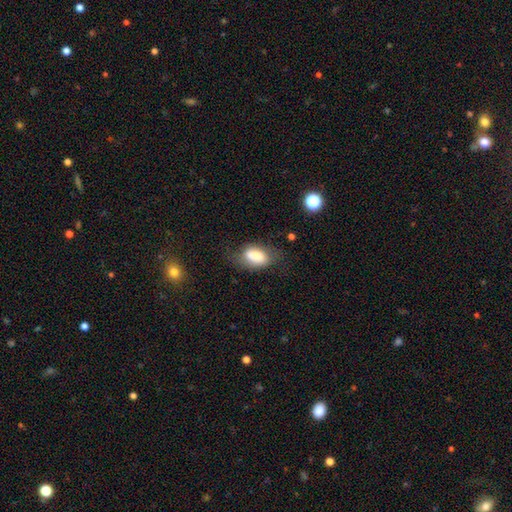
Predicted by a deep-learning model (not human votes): Smooth or featured? Predicted: smooth (p=0.71). How rounded? Predicted: in between (p=0.89). Merging? Predicted: none (p=0.60).